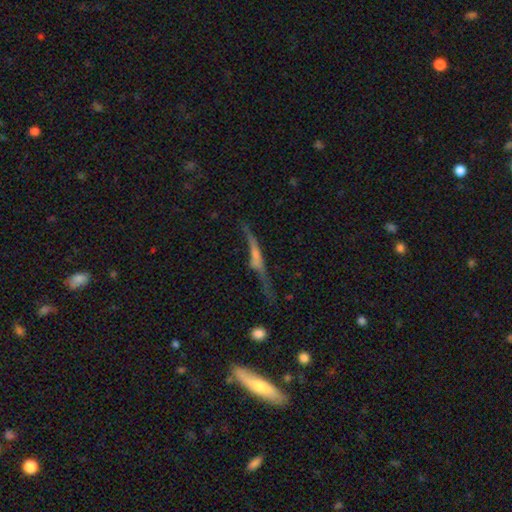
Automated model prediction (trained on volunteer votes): Overall: featured or disk (61%; smooth 28%). Edge-on disk: yes (83%). Edge-on bulge: rounded (47%; none 28%). Merging: none (44%; minor disturbance 23%).